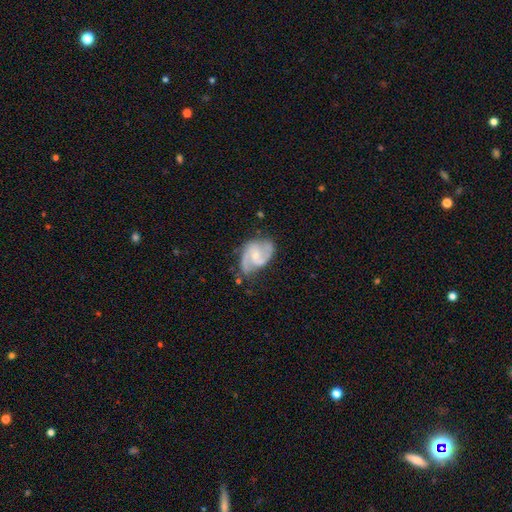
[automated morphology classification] Smooth or featured: featured or disk — 84% (smooth — 11%)
Edge-on disk: no — 98% (yes — 2%)
Bar: no — 48% (weak — 44%)
Spiral arms: yes — 95% (no — 5%)
Spiral winding: medium — 55% (tight — 23%)
Spiral arm count: 2 — 82% (can't tell — 6%)
Bulge size: small — 54% (moderate — 39%)
Merging: none — 59% (minor disturbance — 27%)